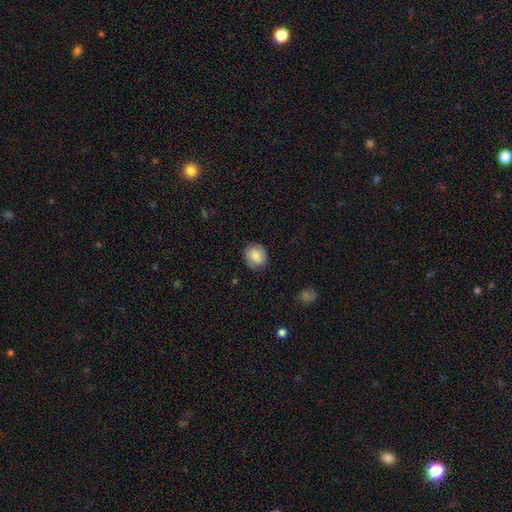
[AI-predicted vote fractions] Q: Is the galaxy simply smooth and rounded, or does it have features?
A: smooth — 82%.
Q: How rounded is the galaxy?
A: round — 69%.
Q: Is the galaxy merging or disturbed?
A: none — 79%.